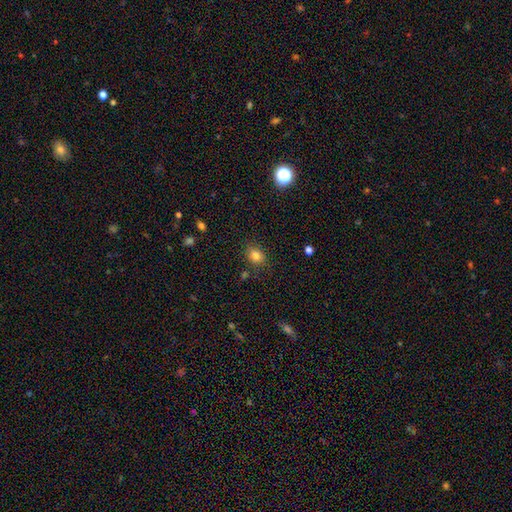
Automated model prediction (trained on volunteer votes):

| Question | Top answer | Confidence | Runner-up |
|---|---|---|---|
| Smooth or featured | smooth | 81% | star or artifact (12%) |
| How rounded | in between | 51% | round (48%) |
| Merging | none | 82% | minor disturbance (12%) |